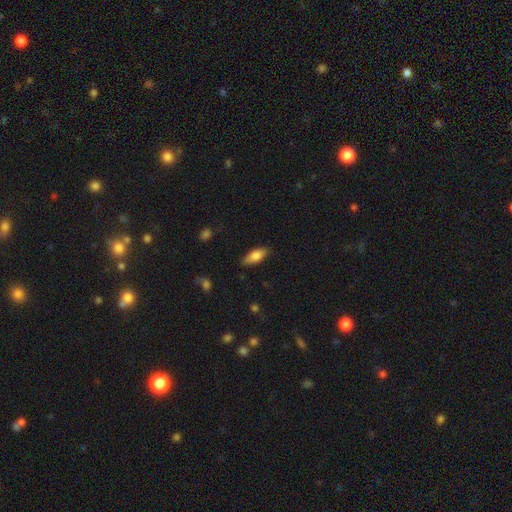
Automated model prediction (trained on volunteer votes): Smooth or featured? smooth (73%)
How rounded? in between (71%)
Merging? none (84%)